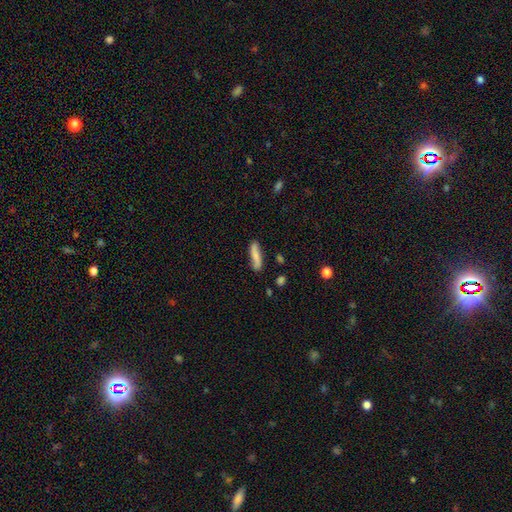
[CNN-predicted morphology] smooth-or-featured: smooth: 74% | featured or disk: 19% | star or artifact: 7%
  how-rounded: cigar-shaped: 77% | in between: 21% | round: 2%
  merging: none: 77% | minor disturbance: 17% | major disturbance: 3% | merger: 3%